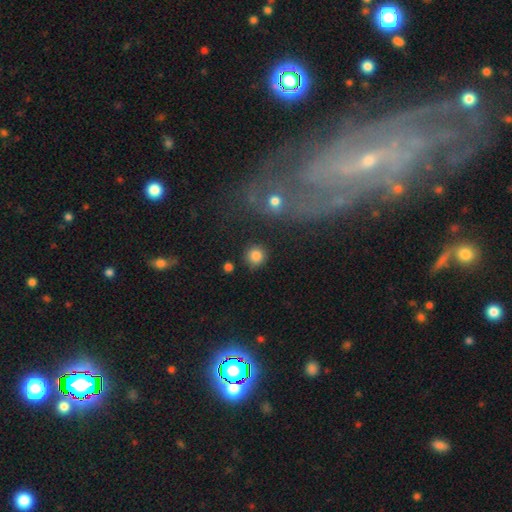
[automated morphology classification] This appears to be a smooth galaxy with no disk features (84%) that is round (93%). Merging: none (86%).